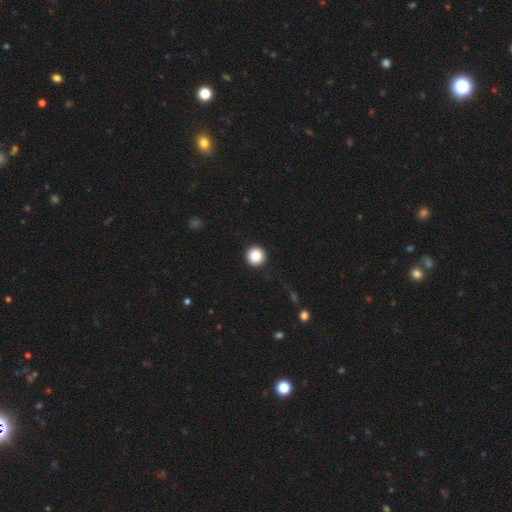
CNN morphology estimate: A smooth galaxy with no disk features (86%) that is round (96%).

Vote fractions:
- Smooth or featured? smooth: 86% / star or artifact: 9% / featured or disk: 5%
- How rounded? round: 96% / in between: 3% / cigar-shaped: 1%
- Merging? none: 93% / minor disturbance: 4% / major disturbance: 2% / merger: 1%